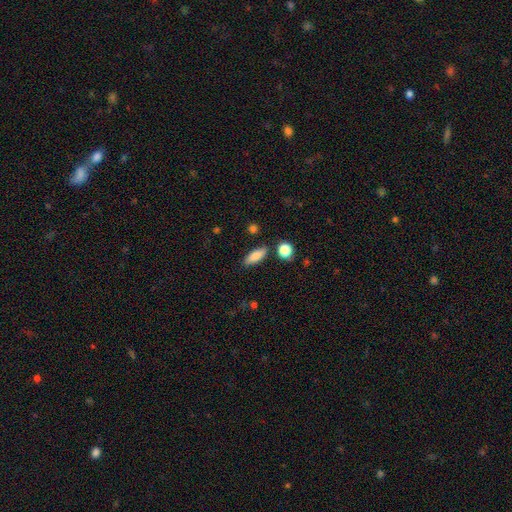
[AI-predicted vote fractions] Smooth or featured: smooth — 83% (featured or disk — 10%)
How rounded: in between — 64% (cigar-shaped — 32%)
Merging: none — 83% (minor disturbance — 11%)